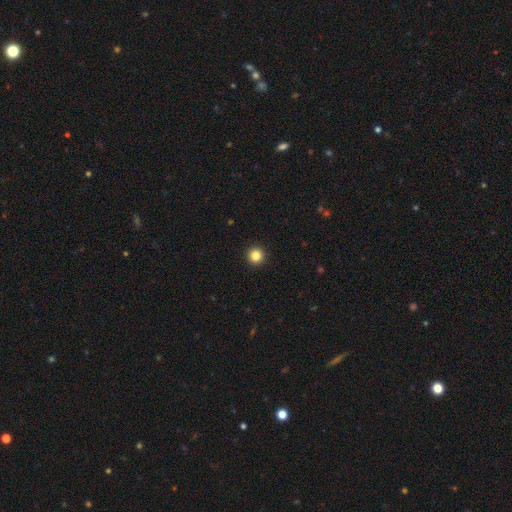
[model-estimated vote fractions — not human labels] Smooth or featured? smooth (85%)
How rounded? round (96%)
Merging? none (94%)